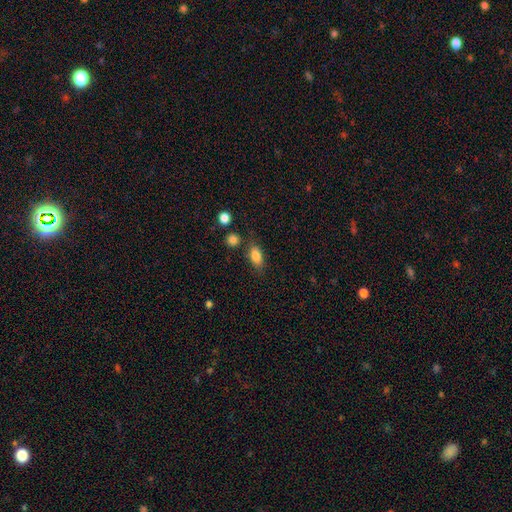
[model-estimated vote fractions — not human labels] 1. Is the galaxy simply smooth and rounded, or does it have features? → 83% smooth, 9% star or artifact, 8% featured or disk.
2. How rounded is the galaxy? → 83% in between, 9% round, 7% cigar-shaped.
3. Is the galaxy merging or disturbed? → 74% none, 15% minor disturbance, 6% merger, 5% major disturbance.